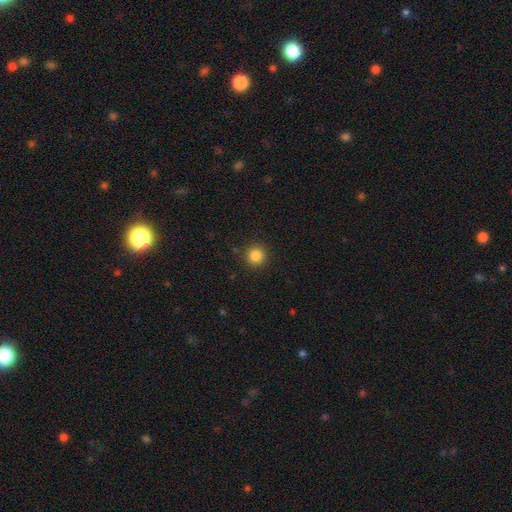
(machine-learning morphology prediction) type=smooth (84%); roundness=round (95%); merging=none (92%).